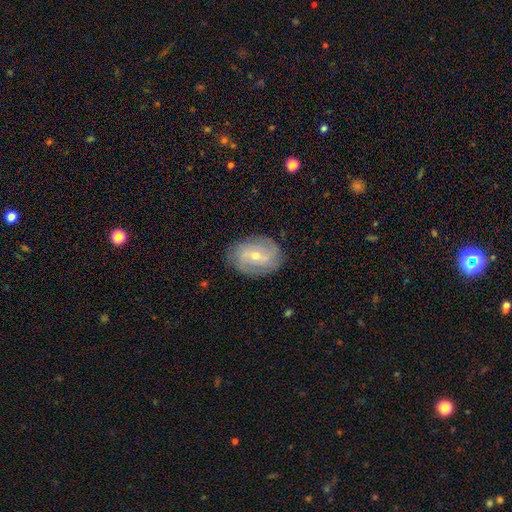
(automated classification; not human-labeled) A featured or disk galaxy (65%) with a weak bar (45%), spiral arms (78%) and a small central bulge (60%).

Vote fractions:
- Smooth or featured? featured or disk: 65% / smooth: 27% / star or artifact: 8%
- Edge-on disk? no: 95% / yes: 5%
- Bar? weak: 45% / no: 39% / strong: 16%
- Spiral arms? yes: 78% / no: 22%
- Bulge size? small: 60% / moderate: 37% / large: 1% / none: 1% / dominant: 1%
- Merging? none: 81% / minor disturbance: 14% / major disturbance: 4% / merger: 1%